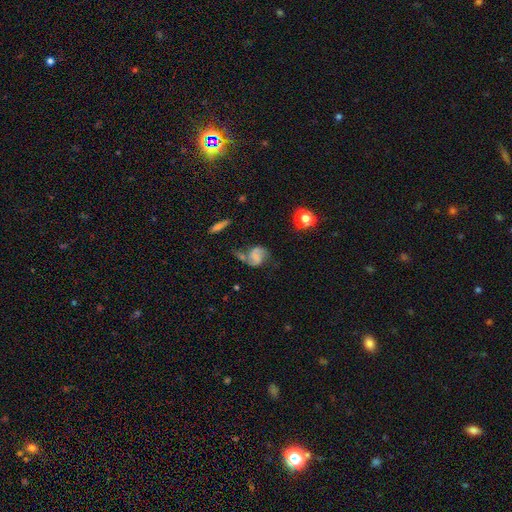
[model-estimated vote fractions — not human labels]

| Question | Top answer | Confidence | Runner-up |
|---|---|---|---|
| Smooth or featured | featured or disk | 55% | smooth (33%) |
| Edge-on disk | no | 96% | yes (4%) |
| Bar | no | 48% | weak (36%) |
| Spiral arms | yes | 86% | no (14%) |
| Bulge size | none | 57% | small (22%) |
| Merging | none | 46% | minor disturbance (21%) |